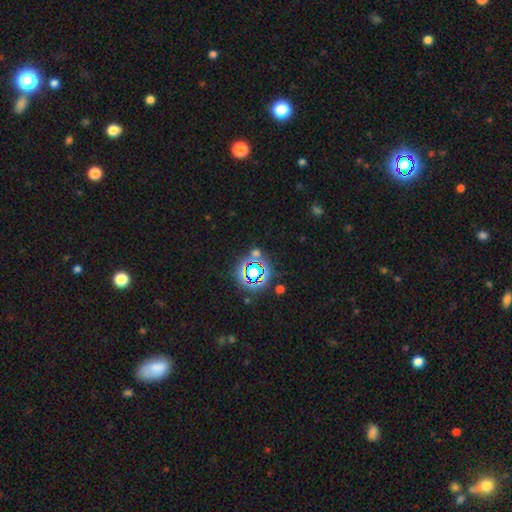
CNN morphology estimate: smooth-or-featured: star or artifact: 74% | smooth: 18% | featured or disk: 9%